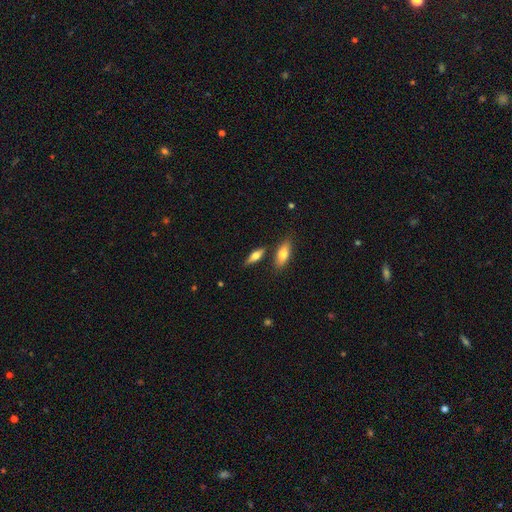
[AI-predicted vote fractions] A smooth galaxy with no disk features (56%) that is in between round and cigar-shaped (58%).

Vote fractions:
- Smooth or featured? smooth: 56% / featured or disk: 37% / star or artifact: 7%
- How rounded? in between: 58% / cigar-shaped: 38% / round: 4%
- Merging? none: 74% / minor disturbance: 12% / merger: 10% / major disturbance: 3%